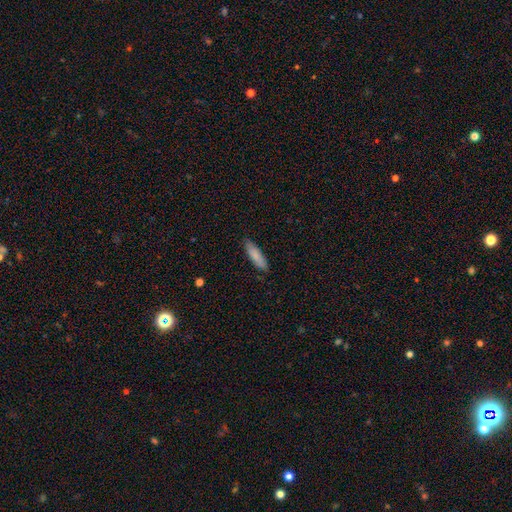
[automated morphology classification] The model was most divided on "how rounded": cigar-shaped: 57%, in between: 42%, round: 1%. More confident: merging — none (85%); smooth or featured — smooth (84%).